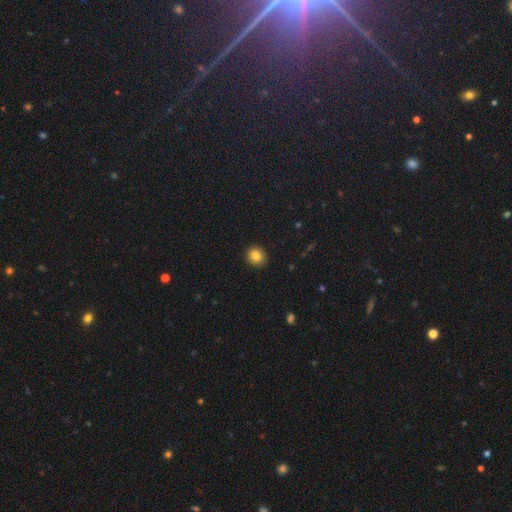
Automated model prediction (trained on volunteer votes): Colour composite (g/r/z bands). It shows a smooth galaxy with no disk features (84%) that is round (85%). Merging: none (92%).